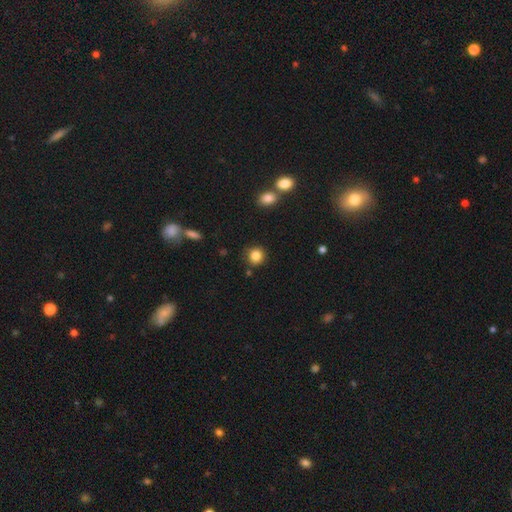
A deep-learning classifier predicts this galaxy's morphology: smooth_or_featured: smooth (p=0.84) [alt: star or artifact p=0.11]
how_rounded: round (p=0.89) [alt: in between p=0.10]
merging: none (p=0.86) [alt: minor disturbance p=0.09]